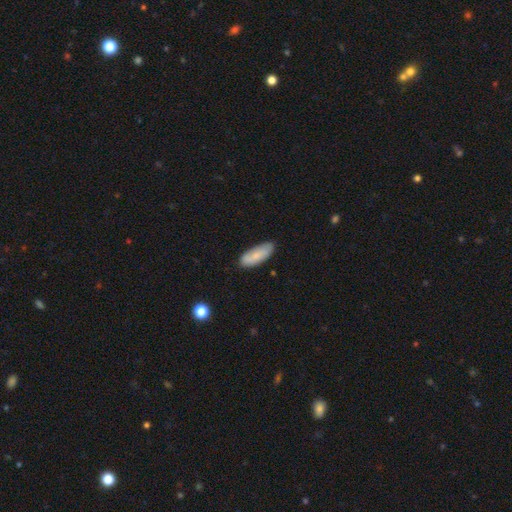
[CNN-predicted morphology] type=smooth (77%); roundness=in between (73%); merging=none (80%).